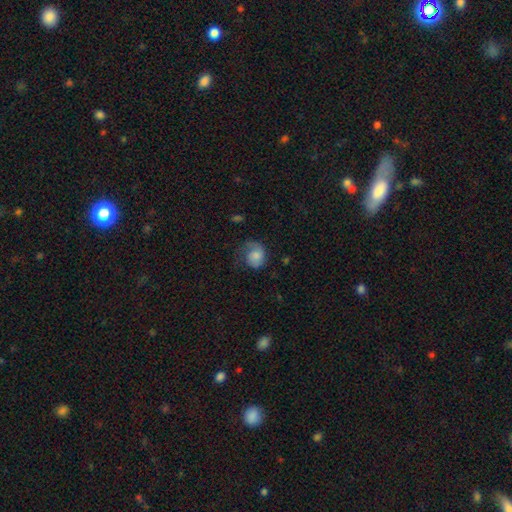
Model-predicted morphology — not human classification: A smooth galaxy with no disk features (56%) that is round (62%).

Vote fractions:
- Smooth or featured? smooth: 56% / featured or disk: 36% / star or artifact: 8%
- How rounded? round: 62% / in between: 38% / cigar-shaped: 1%
- Merging? none: 42% / major disturbance: 29% / minor disturbance: 27% / merger: 2%